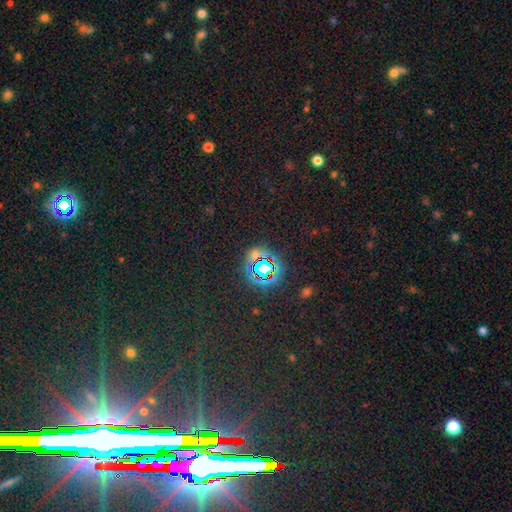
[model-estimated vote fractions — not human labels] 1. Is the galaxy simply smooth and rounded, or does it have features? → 69% star or artifact, 21% smooth, 10% featured or disk.